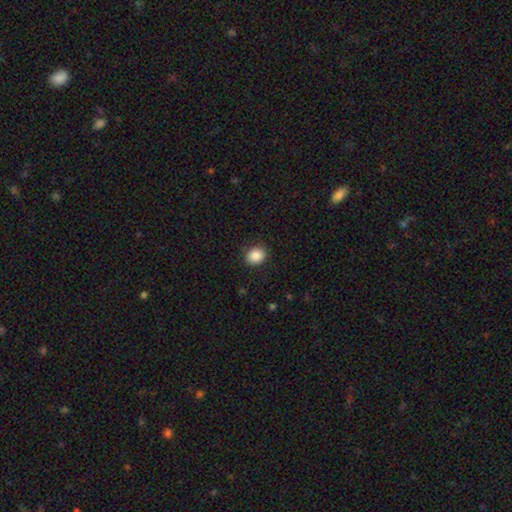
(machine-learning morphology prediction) smooth 85%, star or artifact 9%, featured or disk 6%. Down the decision tree: how rounded — round (68%); merging — none (89%).